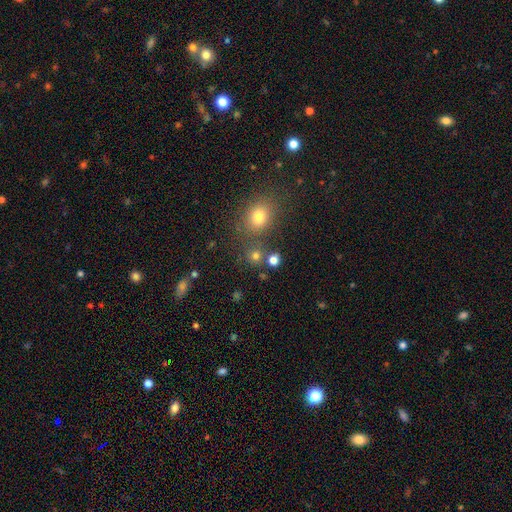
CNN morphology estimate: This is likely a smooth galaxy (75%). How rounded: clearly round (87%). Merging: likely none (73%).